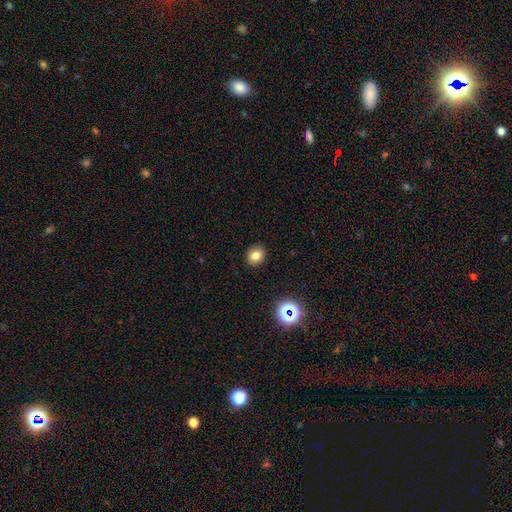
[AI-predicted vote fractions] Smooth or featured? Predicted: smooth (p=0.78). How rounded? Predicted: round (p=0.72). Merging? Predicted: none (p=0.91).